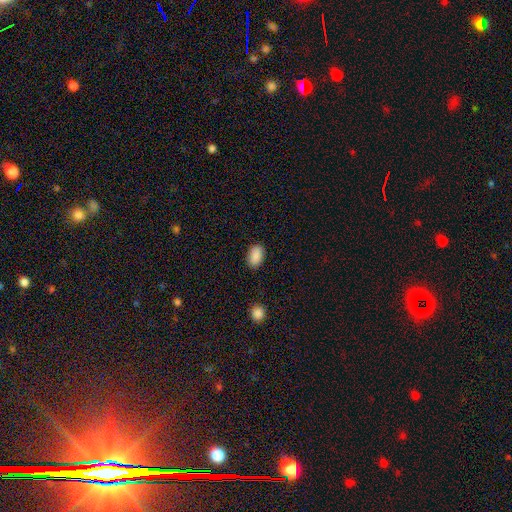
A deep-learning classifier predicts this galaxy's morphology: Smooth or featured? smooth (90%)
How rounded? in between (90%)
Merging? none (87%)